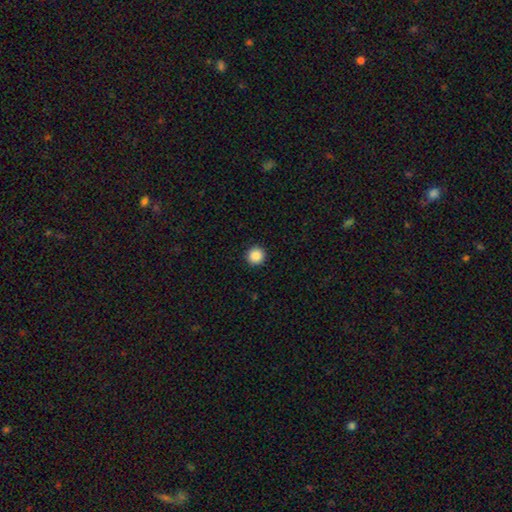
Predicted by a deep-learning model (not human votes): Smooth or featured? Predicted: smooth (p=0.88). How rounded? Predicted: round (p=0.96). Merging? Predicted: none (p=0.93).